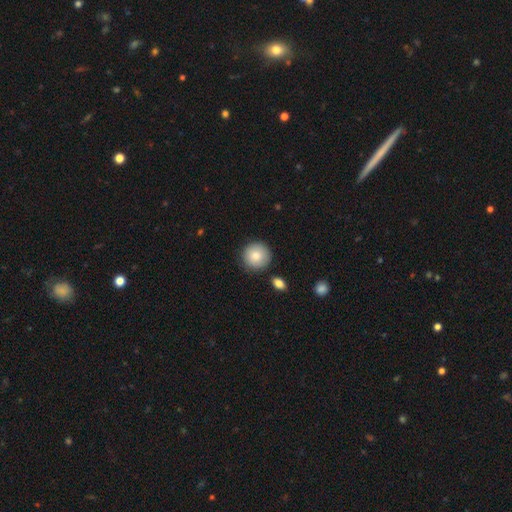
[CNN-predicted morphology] smooth_or_featured: smooth (p=0.83) [alt: featured or disk p=0.09]
how_rounded: round (p=0.94) [alt: in between p=0.05]
merging: none (p=0.86) [alt: minor disturbance p=0.09]